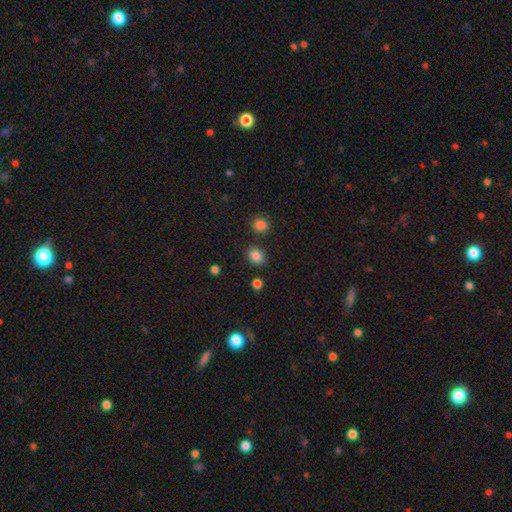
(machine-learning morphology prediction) This appears to be a smooth galaxy with no disk features (84%) that is round (63%). Merging: none (83%).